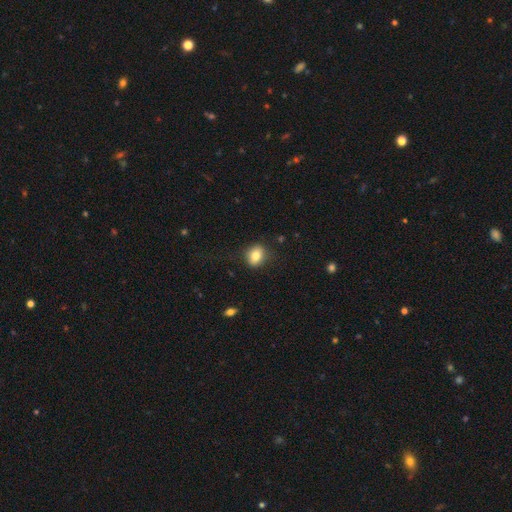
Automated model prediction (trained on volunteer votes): The model was most divided on "how rounded": in between: 55%, round: 43%, cigar-shaped: 1%. More confident: merging — none (82%); smooth or featured — smooth (80%).